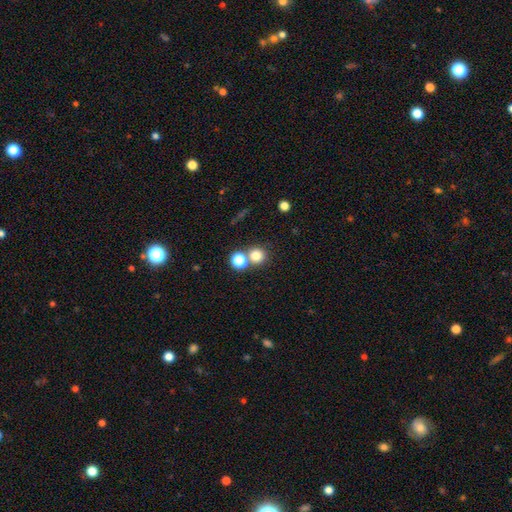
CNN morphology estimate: The model was most divided on "merging": none: 61%, merger: 29%, minor disturbance: 7%, major disturbance: 3%. More confident: how rounded — round (89%); smooth or featured — smooth (78%).